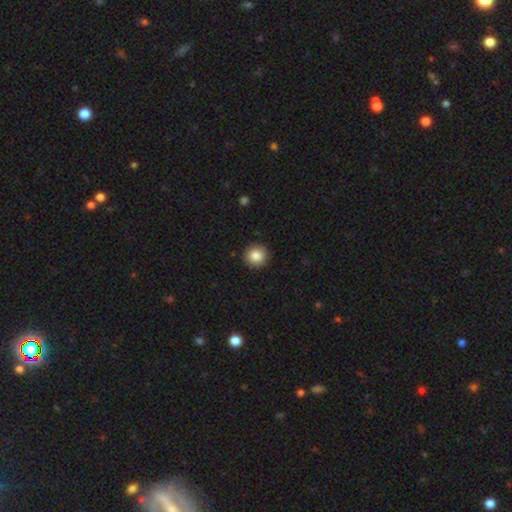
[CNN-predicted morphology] The model was most divided on "smooth or featured": smooth: 85%, star or artifact: 9%, featured or disk: 5%. More confident: how rounded — round (95%); merging — none (92%).